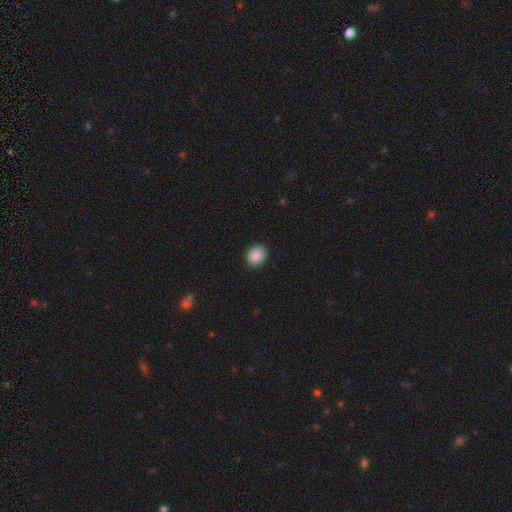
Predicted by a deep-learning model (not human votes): A smooth galaxy with no disk features (88%) that is round (51%). Merging: none (87%).